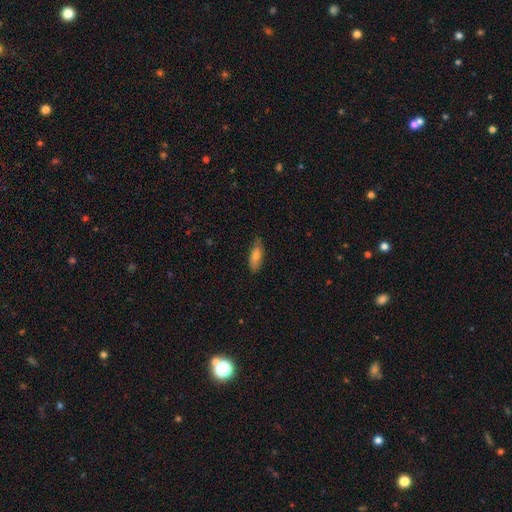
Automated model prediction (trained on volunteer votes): smooth_or_featured: smooth (p=0.73) [alt: featured or disk p=0.21]
how_rounded: in between (p=0.58) [alt: cigar-shaped p=0.40]
merging: none (p=0.75) [alt: minor disturbance p=0.20]